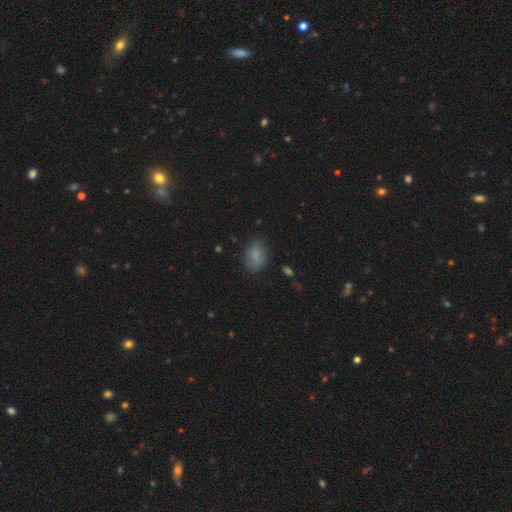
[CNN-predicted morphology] type=smooth (82%); roundness=in between (76%); merging=none (74%).